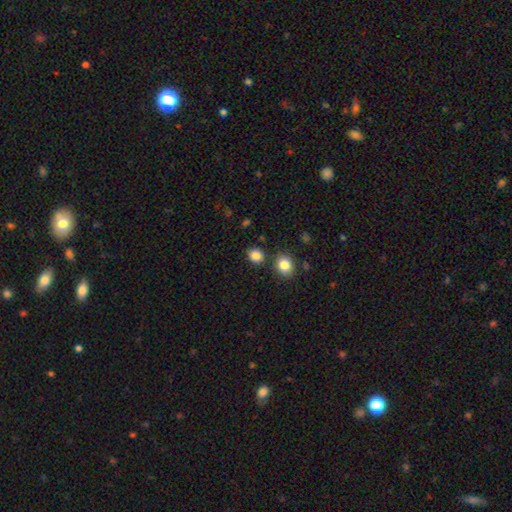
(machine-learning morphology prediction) Smooth or featured: smooth — 86% (star or artifact — 10%)
How rounded: round — 76% (in between — 23%)
Merging: none — 81% (merger — 8%)